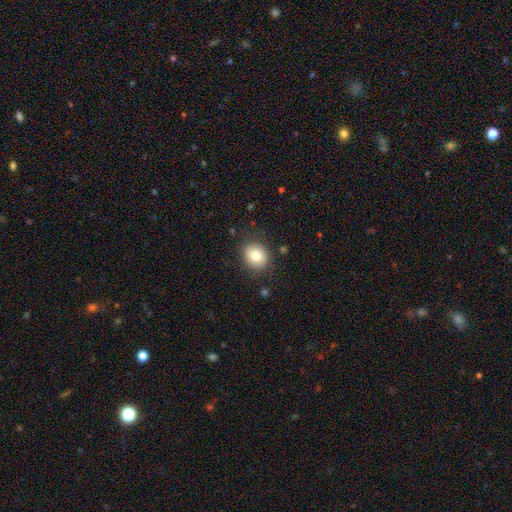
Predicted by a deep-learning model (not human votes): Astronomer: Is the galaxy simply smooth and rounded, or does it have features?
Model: smooth — 81%.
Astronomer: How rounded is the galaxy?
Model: round — 70%.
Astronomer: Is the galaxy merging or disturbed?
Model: none — 85%.